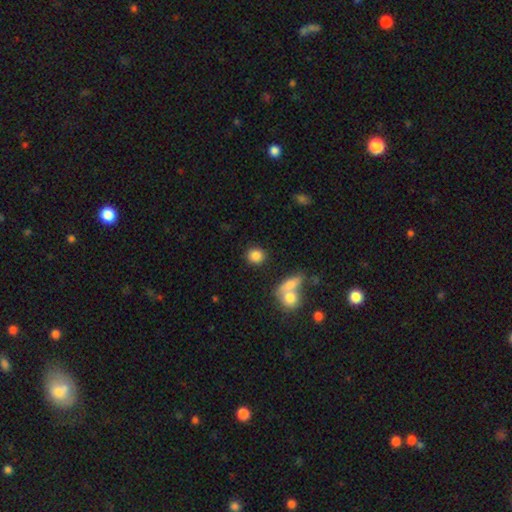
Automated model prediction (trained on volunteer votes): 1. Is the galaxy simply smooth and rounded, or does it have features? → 85% smooth, 9% star or artifact, 6% featured or disk.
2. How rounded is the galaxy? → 81% round, 17% in between, 2% cigar-shaped.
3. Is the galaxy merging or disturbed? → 80% none, 9% merger, 8% minor disturbance, 3% major disturbance.